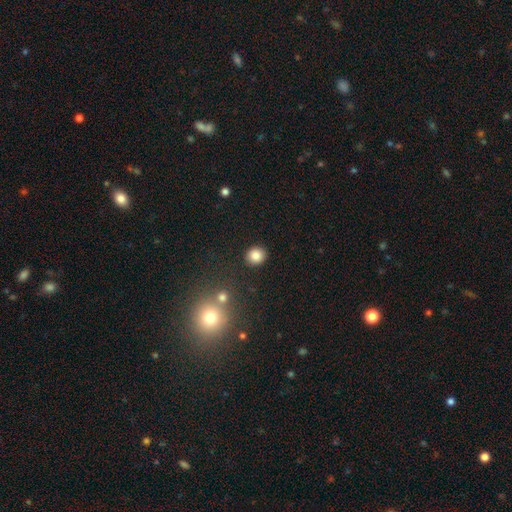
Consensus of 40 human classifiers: Smooth or featured?
  - smooth: 82% *
  - star or artifact: 12%
  - featured or disk: 5%
How rounded?
  - round: 94% *
  - in between: 3%
  - cigar-shaped: 3%
Merging?
  - none: 80% *
  - minor disturbance: 14%
  - merger: 6%
  - major disturbance: 0%